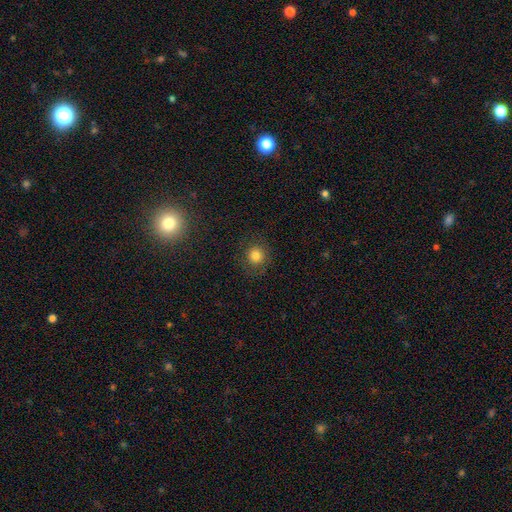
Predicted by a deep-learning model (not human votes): The model was most divided on "smooth or featured": smooth: 81%, star or artifact: 13%, featured or disk: 6%. More confident: how rounded — round (90%); merging — none (86%).